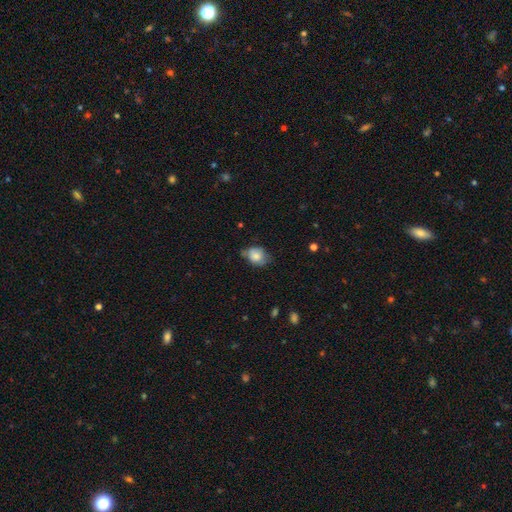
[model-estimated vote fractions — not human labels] smooth 74%, featured or disk 18%, star or artifact 8%. Down the decision tree: how rounded — in between (54%); merging — none (52%).